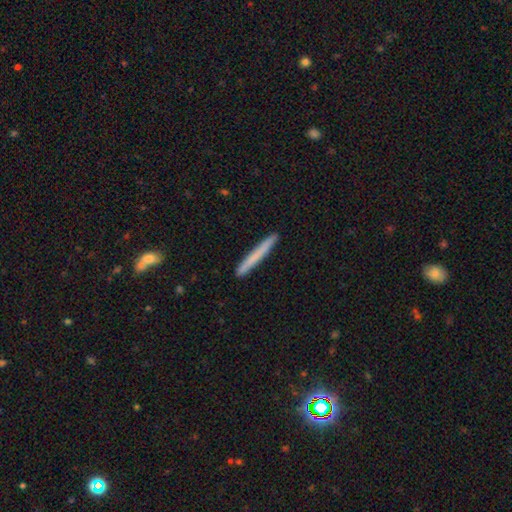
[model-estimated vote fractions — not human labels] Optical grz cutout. It shows a smooth galaxy with no disk features (70%) that is cigar-shaped (97%). Merging: none (91%).